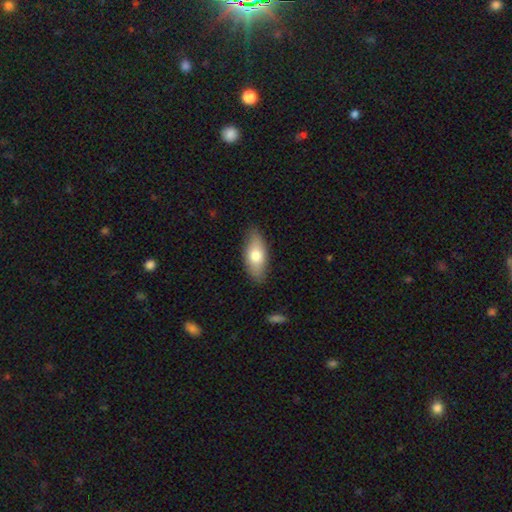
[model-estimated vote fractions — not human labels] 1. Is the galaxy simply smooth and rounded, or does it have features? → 72% smooth, 22% featured or disk, 6% star or artifact.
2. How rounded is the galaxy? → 84% in between, 13% cigar-shaped, 3% round.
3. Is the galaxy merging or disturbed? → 83% none, 13% minor disturbance, 2% major disturbance, 1% merger.